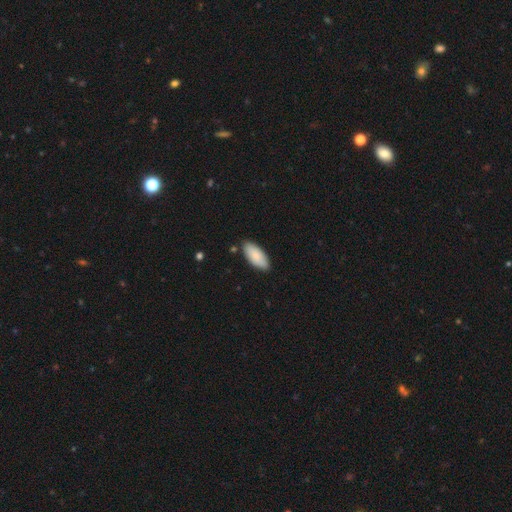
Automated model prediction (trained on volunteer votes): smooth-or-featured: smooth: 85% | featured or disk: 9% | star or artifact: 6%
  how-rounded: in between: 89% | cigar-shaped: 10% | round: 2%
  merging: none: 84% | minor disturbance: 12% | major disturbance: 2% | merger: 2%